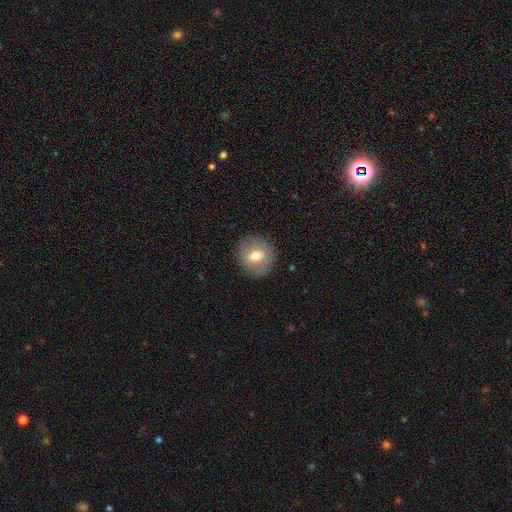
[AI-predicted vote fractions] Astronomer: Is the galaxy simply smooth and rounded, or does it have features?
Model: smooth — 63%.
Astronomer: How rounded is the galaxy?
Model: round — 87%.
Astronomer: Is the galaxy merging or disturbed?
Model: none — 88%.